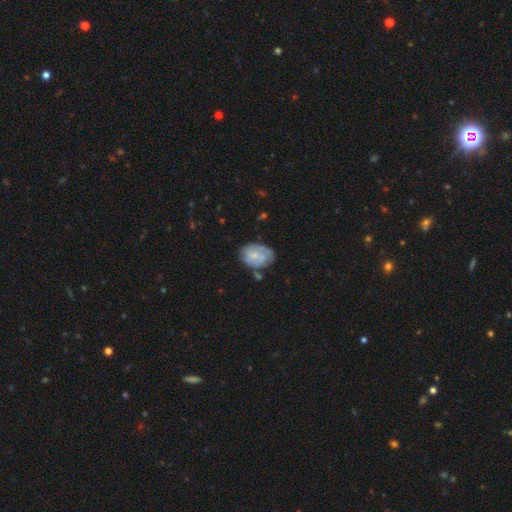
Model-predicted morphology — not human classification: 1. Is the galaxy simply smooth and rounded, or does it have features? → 61% featured or disk, 33% smooth, 6% star or artifact.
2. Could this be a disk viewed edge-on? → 97% no, 3% yes.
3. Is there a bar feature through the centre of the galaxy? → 72% no, 25% weak, 3% strong.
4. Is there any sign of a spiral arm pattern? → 75% yes, 25% no.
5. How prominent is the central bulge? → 51% small, 33% moderate, 12% none, 2% large, 1% dominant.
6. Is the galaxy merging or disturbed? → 53% none, 29% minor disturbance, 11% major disturbance, 7% merger.